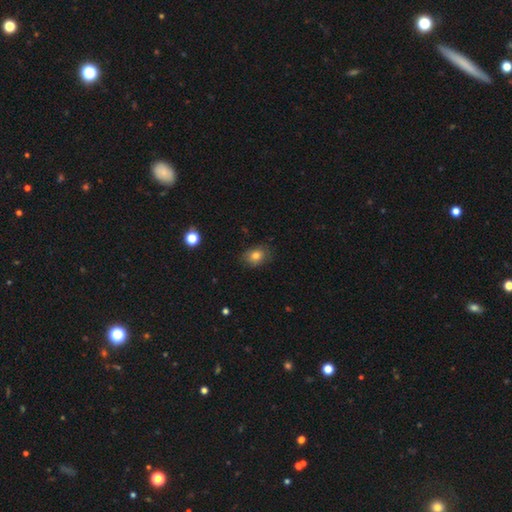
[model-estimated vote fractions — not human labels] Q: Smooth or featured?
A: smooth (79%); runner-up: star or artifact (11%)
Q: How rounded?
A: in between (58%); runner-up: round (40%)
Q: Merging?
A: none (78%); runner-up: minor disturbance (17%)